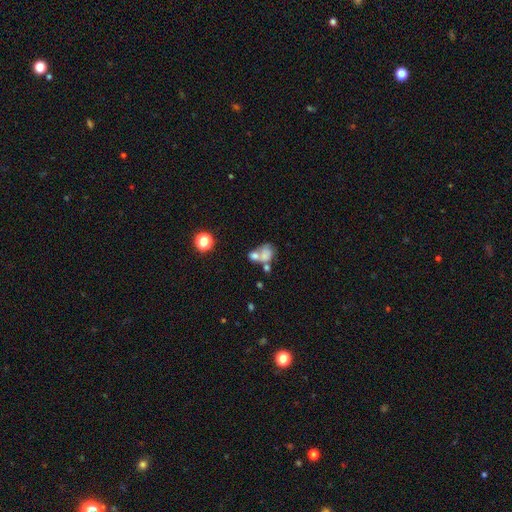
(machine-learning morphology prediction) Smooth or featured? smooth (61%)
How rounded? in between (62%)
Merging? merger (62%)